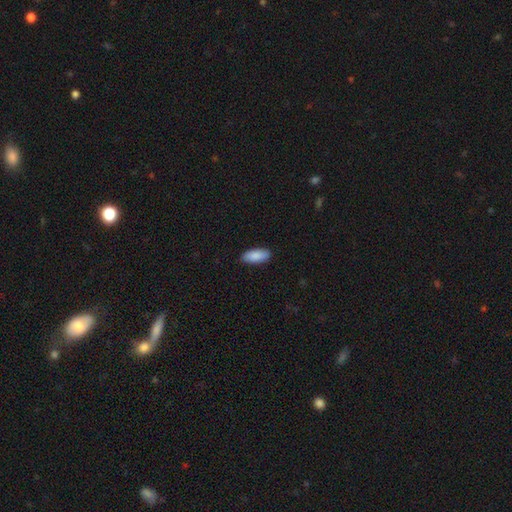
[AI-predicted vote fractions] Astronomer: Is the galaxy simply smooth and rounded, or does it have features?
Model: smooth — 89%.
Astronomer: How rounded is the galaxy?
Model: in between — 85%.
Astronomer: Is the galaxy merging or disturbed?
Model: none — 89%.